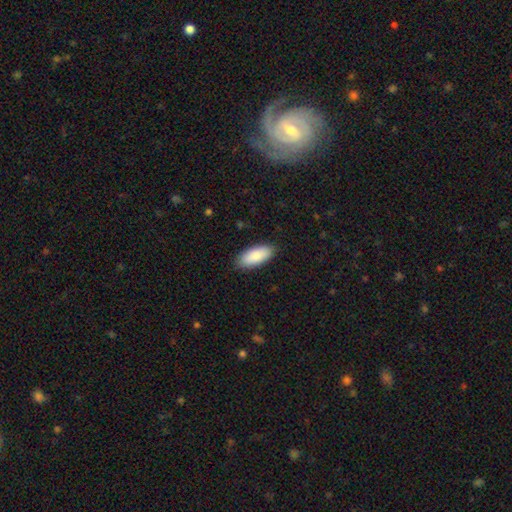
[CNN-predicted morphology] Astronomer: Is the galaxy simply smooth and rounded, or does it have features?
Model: smooth — 89%.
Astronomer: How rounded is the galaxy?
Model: in between — 86%.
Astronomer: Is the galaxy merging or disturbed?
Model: none — 87%.